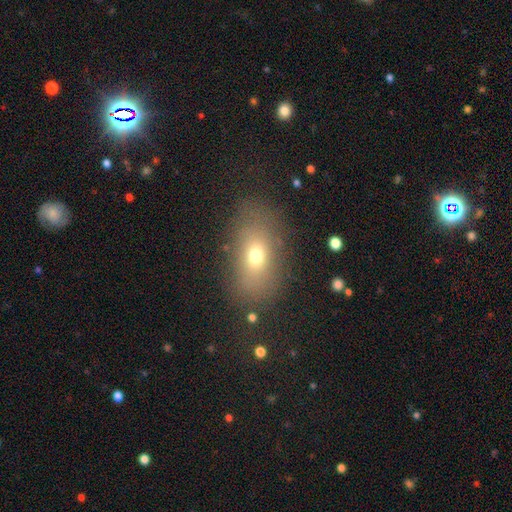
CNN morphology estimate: Smooth or featured? smooth (68%)
How rounded? in between (82%)
Merging? none (76%)